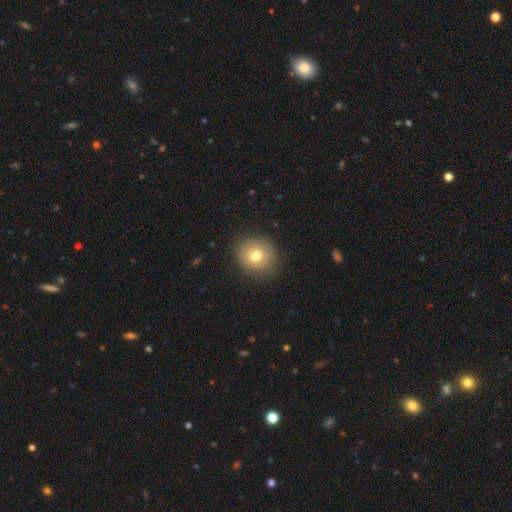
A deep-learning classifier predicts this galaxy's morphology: Smooth or featured: smooth — 75% (featured or disk — 14%)
How rounded: round — 84% (in between — 16%)
Merging: none — 83% (minor disturbance — 12%)